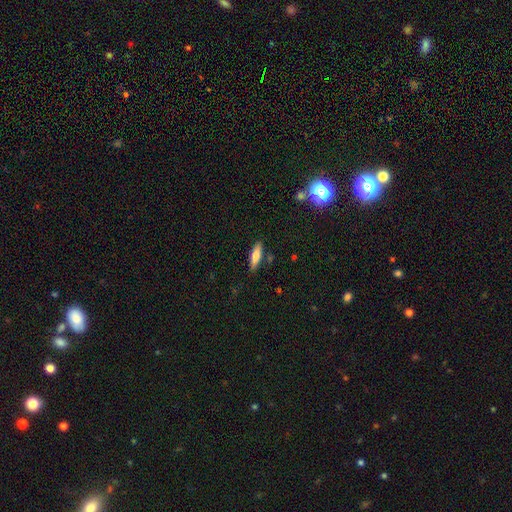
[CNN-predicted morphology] type=smooth (69%); roundness=cigar-shaped (54%); merging=none (83%).